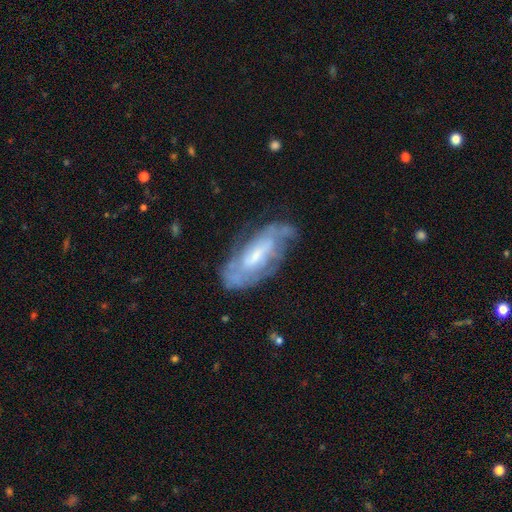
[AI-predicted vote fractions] Overall: featured or disk (72%). Edge-on disk: no (88%). Bar: no (41%, tied with weak). Spiral arms: yes (75%). Bulge size: small (57%; moderate 31%). Merging: none (64%).